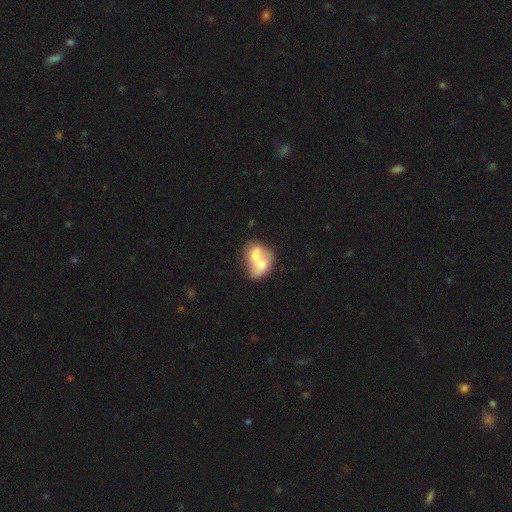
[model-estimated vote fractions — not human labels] smooth_or_featured: smooth (p=0.58) [alt: featured or disk p=0.35]
how_rounded: in between (p=0.52) [alt: round p=0.46]
merging: merger (p=0.75) [alt: none p=0.16]